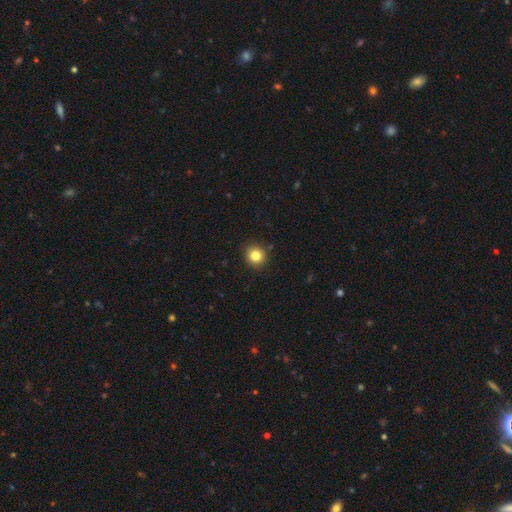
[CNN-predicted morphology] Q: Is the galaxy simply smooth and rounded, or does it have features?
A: smooth — 82%.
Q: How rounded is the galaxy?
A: round — 87%.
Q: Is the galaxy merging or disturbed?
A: none — 90%.